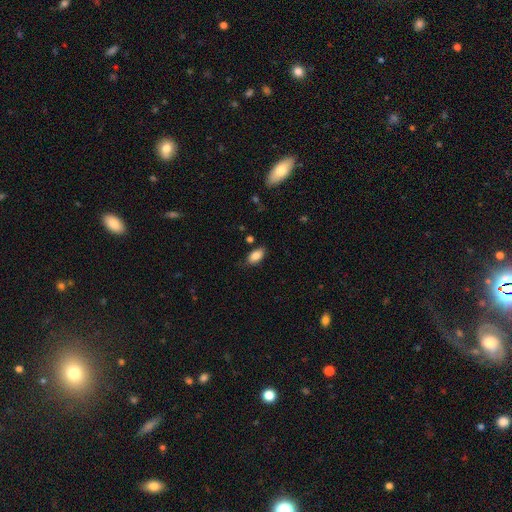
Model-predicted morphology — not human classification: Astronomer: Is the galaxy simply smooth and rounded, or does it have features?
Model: smooth — 85%.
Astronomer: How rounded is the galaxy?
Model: in between — 92%.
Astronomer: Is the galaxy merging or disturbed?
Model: none — 78%.